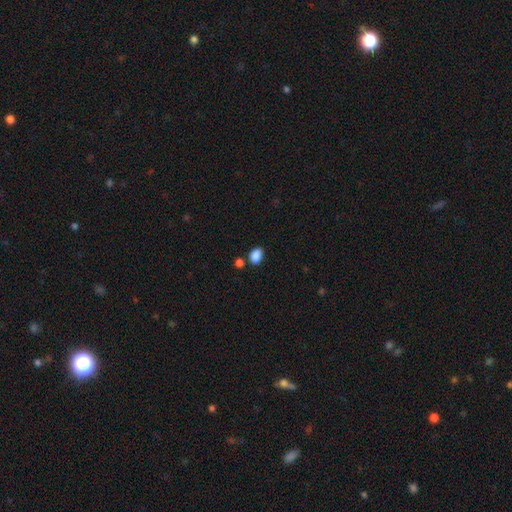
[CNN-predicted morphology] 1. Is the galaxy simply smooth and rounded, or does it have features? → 88% smooth, 9% star or artifact, 3% featured or disk.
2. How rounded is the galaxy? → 77% in between, 22% round, 1% cigar-shaped.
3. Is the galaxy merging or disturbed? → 76% none, 12% minor disturbance, 8% merger, 3% major disturbance.